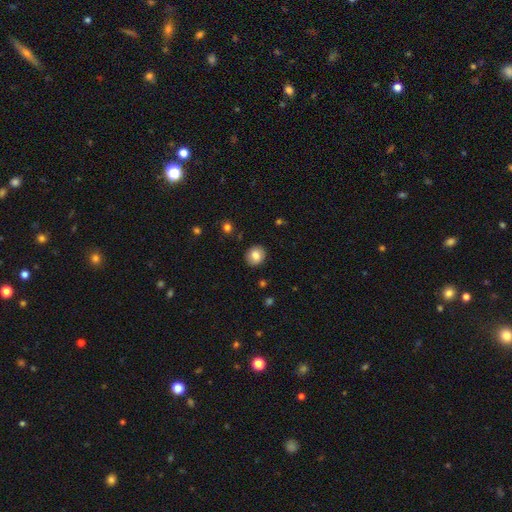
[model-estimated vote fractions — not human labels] The model was most divided on "how rounded": round: 82%, in between: 17%, cigar-shaped: 1%. More confident: merging — none (90%); smooth or featured — smooth (82%).